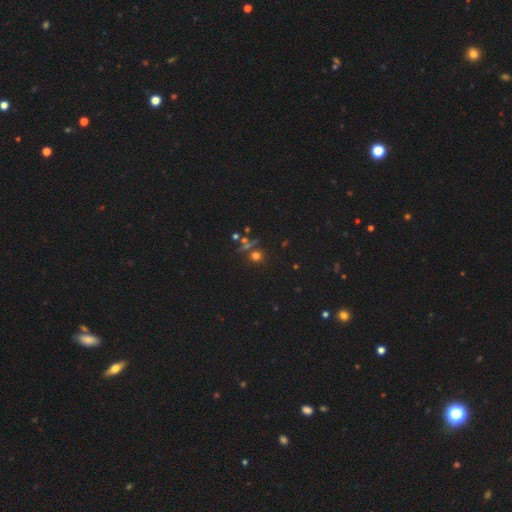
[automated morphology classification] Overall: smooth (57%; star or artifact 33%). How rounded: round (91%). Merging: none (73%).